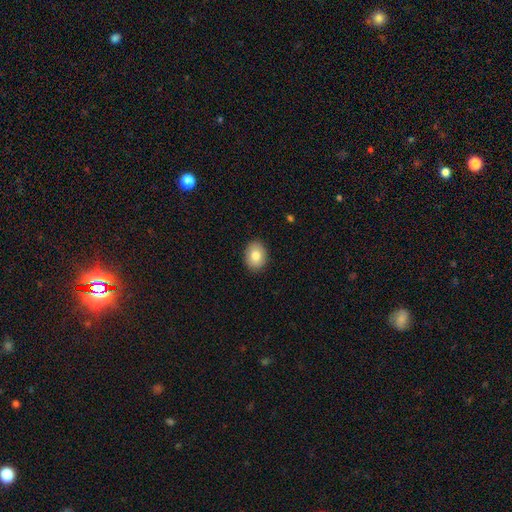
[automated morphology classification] Q: Smooth or featured?
A: smooth (82%); runner-up: featured or disk (10%)
Q: How rounded?
A: in between (60%); runner-up: round (39%)
Q: Merging?
A: none (90%); runner-up: minor disturbance (7%)